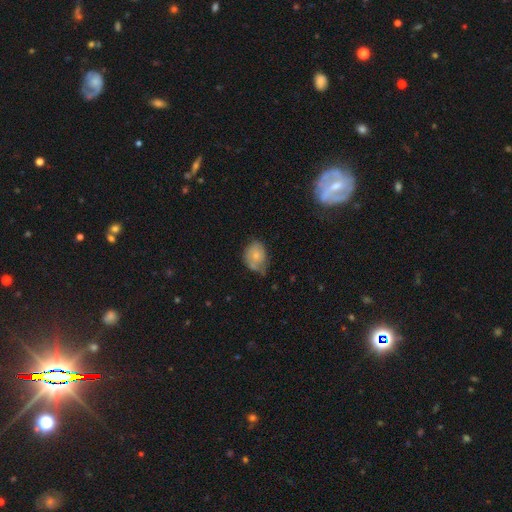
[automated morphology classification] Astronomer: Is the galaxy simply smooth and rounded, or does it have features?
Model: smooth — 65%.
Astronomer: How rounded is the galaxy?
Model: in between — 59% (runner-up: round, 40%).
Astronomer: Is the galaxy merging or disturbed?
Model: none — 42% (runner-up: minor disturbance, 40%).